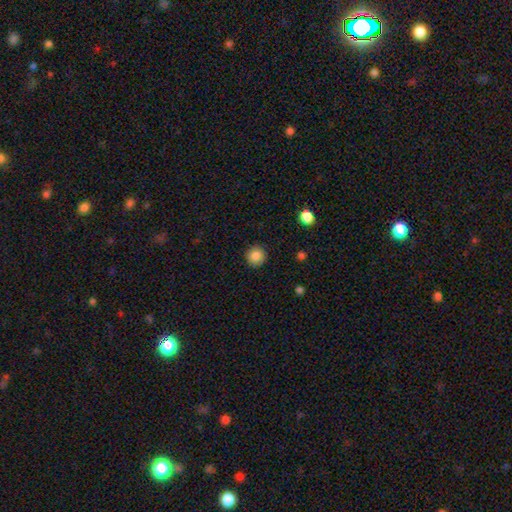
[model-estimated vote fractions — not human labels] A smooth galaxy with no disk features (86%) that is round (93%).

Vote fractions:
- Smooth or featured? smooth: 86% / star or artifact: 10% / featured or disk: 4%
- How rounded? round: 93% / in between: 6% / cigar-shaped: 1%
- Merging? none: 90% / minor disturbance: 7% / major disturbance: 2% / merger: 1%